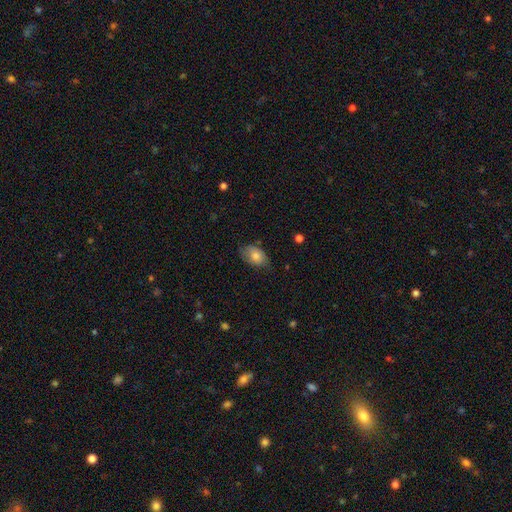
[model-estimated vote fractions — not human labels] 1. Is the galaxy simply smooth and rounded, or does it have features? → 80% smooth, 13% featured or disk, 7% star or artifact.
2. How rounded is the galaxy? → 87% in between, 12% round, 1% cigar-shaped.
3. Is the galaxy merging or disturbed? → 67% none, 26% minor disturbance, 5% major disturbance, 1% merger.